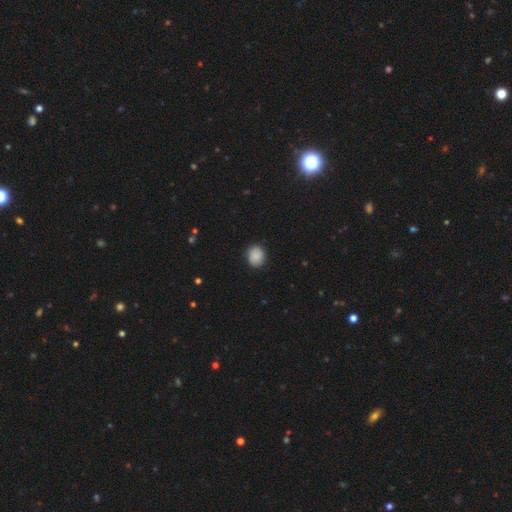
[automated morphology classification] Q: Smooth or featured?
A: smooth (88%); runner-up: star or artifact (8%)
Q: How rounded?
A: round (67%); runner-up: in between (32%)
Q: Merging?
A: none (86%); runner-up: minor disturbance (11%)